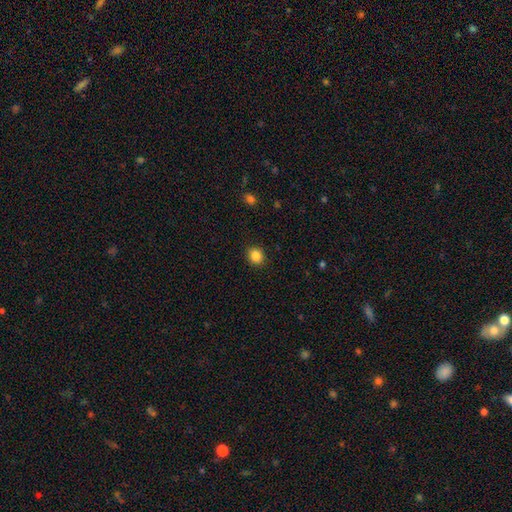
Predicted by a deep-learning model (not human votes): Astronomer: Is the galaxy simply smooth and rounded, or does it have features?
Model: smooth — 85%.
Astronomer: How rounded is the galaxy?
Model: round — 77%.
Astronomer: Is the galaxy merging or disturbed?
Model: none — 91%.